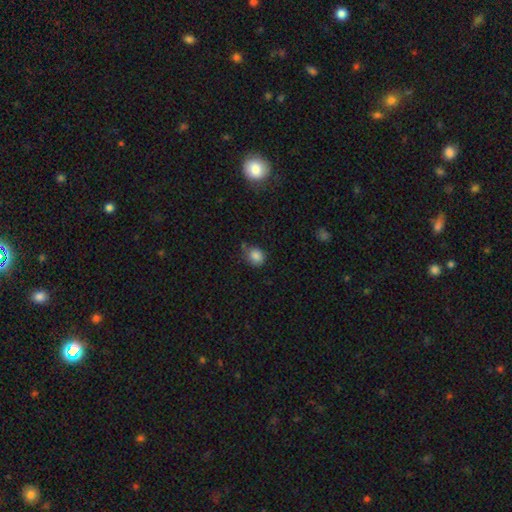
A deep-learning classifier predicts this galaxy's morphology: Smooth or featured: smooth — 83% (star or artifact — 11%)
How rounded: round — 67% (in between — 32%)
Merging: none — 63% (minor disturbance — 25%)